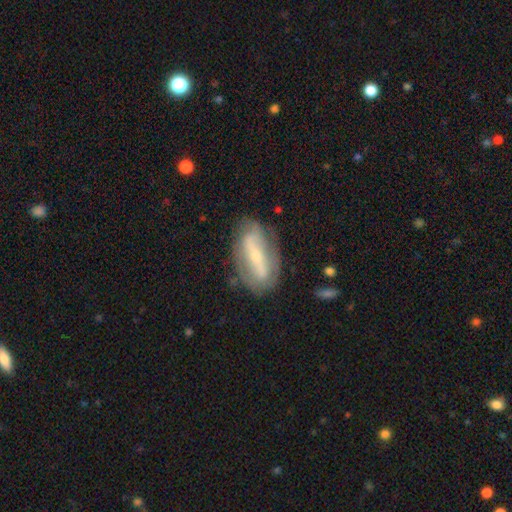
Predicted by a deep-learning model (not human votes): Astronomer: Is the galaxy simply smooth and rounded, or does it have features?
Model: featured or disk — 67%.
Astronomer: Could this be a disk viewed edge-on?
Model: no — 82%.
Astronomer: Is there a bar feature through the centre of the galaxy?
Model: strong — 63%.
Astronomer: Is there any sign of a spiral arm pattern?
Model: yes — 58% (runner-up: no, 42%).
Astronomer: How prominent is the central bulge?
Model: small — 61%.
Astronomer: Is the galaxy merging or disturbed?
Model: none — 73%.